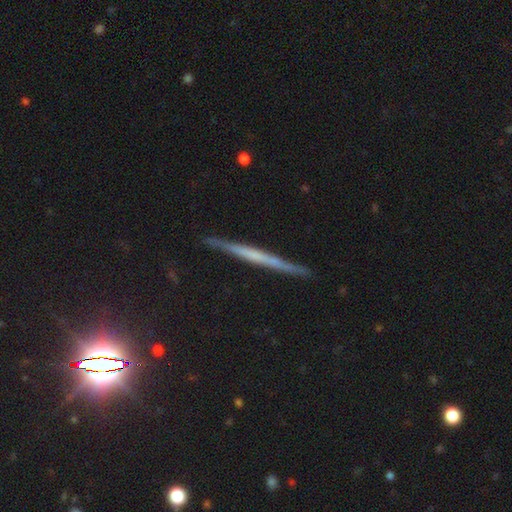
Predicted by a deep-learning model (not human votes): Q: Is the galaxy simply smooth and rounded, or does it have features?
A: featured or disk — 61%.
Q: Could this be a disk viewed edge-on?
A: yes — 97%.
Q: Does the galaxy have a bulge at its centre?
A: none — 74%.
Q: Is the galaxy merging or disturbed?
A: none — 89%.